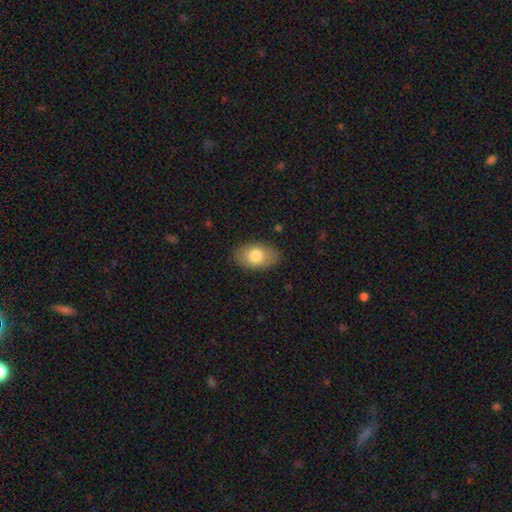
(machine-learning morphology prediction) A smooth galaxy with no disk features (77%) that is in between round and cigar-shaped (90%).

Vote fractions:
- Smooth or featured? smooth: 77% / featured or disk: 15% / star or artifact: 7%
- How rounded? in between: 90% / round: 9% / cigar-shaped: 1%
- Merging? none: 85% / minor disturbance: 11% / major disturbance: 3% / merger: 1%